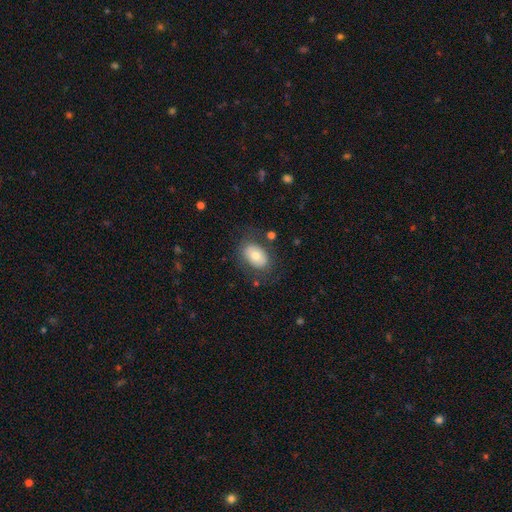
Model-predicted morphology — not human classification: Smooth or featured: smooth — 70% (featured or disk — 22%)
How rounded: in between — 83% (round — 16%)
Merging: none — 76% (minor disturbance — 14%)